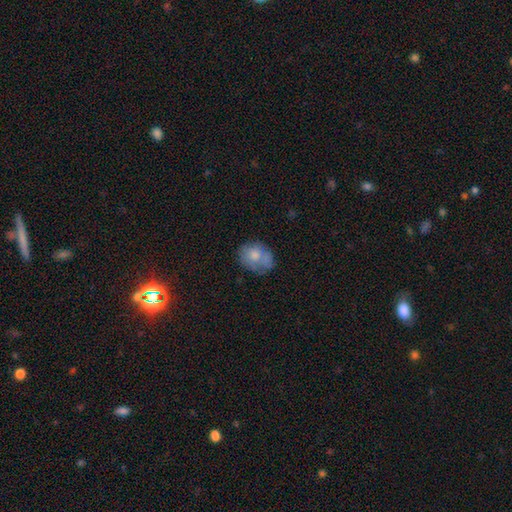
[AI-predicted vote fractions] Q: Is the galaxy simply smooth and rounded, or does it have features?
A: smooth — 69%.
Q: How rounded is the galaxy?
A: in between — 51%.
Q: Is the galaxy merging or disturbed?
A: none — 56%.